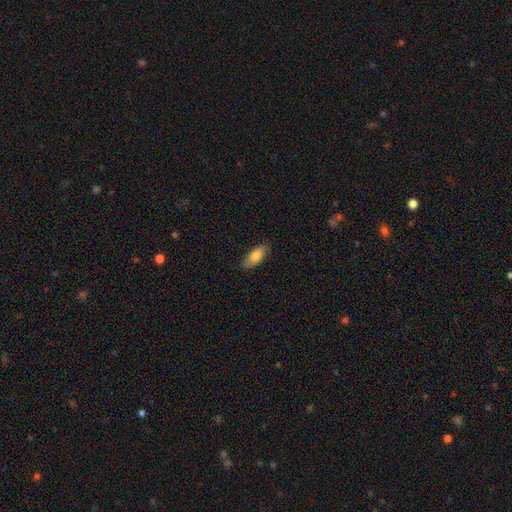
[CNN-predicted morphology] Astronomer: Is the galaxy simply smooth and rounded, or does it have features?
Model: smooth — 78%.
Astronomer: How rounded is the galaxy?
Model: in between — 85%.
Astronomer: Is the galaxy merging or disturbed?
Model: none — 86%.